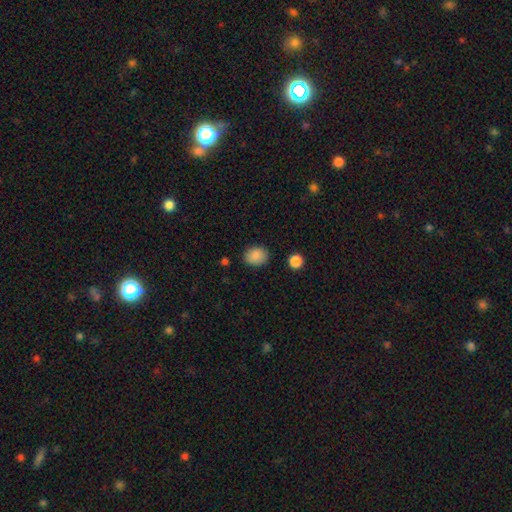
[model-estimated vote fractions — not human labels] Smooth or featured? Predicted: smooth (p=0.88). How rounded? Predicted: round (p=0.56). Merging? Predicted: none (p=0.85).